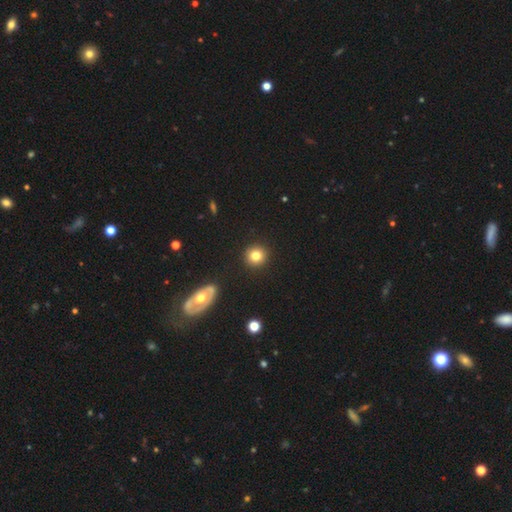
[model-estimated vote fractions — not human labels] smooth-or-featured: smooth: 80% | star or artifact: 11% | featured or disk: 8%
  how-rounded: round: 93% | in between: 6% | cigar-shaped: 1%
  merging: none: 91% | minor disturbance: 5% | major disturbance: 2% | merger: 1%